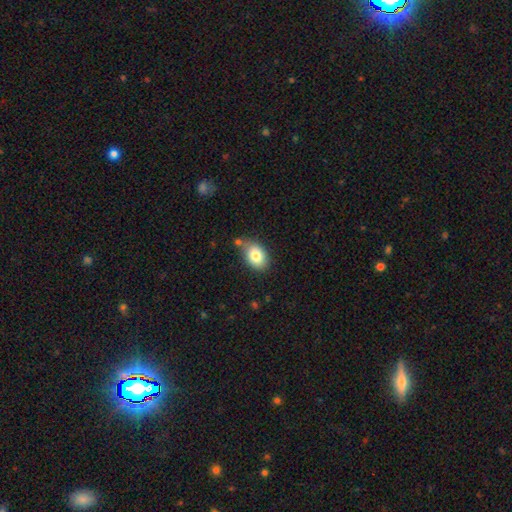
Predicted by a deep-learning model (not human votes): This is clearly a smooth galaxy (81%). How rounded: clearly in between (82%). Merging: likely none (70%).